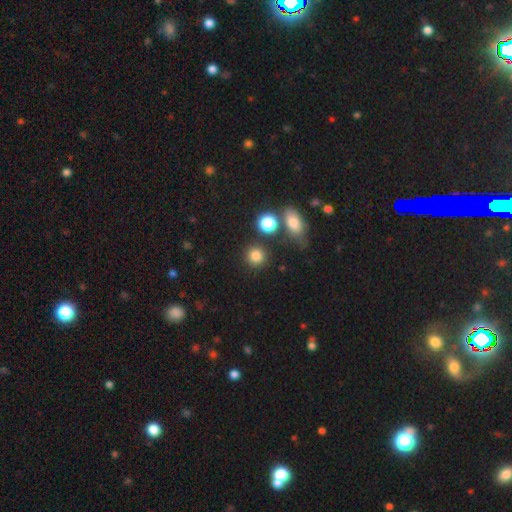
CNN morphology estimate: smooth_or_featured: smooth (p=0.81) [alt: star or artifact p=0.14]
how_rounded: round (p=0.90) [alt: in between p=0.09]
merging: none (p=0.82) [alt: minor disturbance p=0.09]